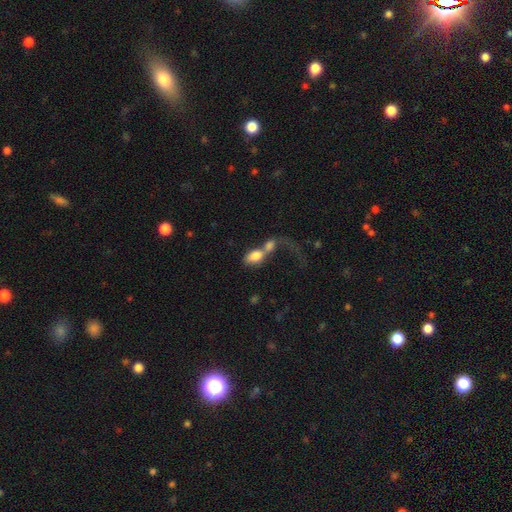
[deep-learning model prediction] Smooth or featured? Predicted: smooth (p=0.72). How rounded? Predicted: in between (p=0.83). Merging? Predicted: merger (p=0.70).